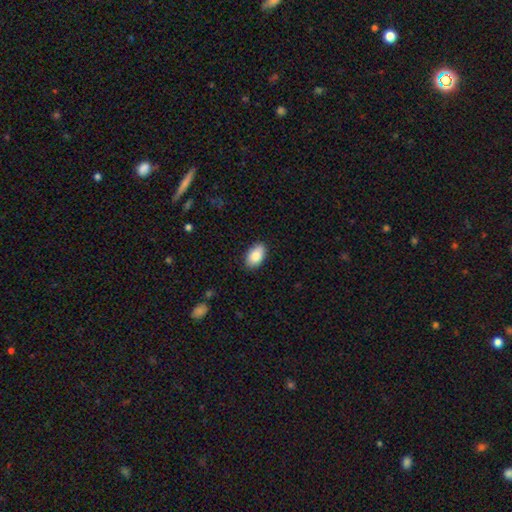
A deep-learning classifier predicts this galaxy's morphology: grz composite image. It shows a smooth galaxy with no disk features (84%) that is in between round and cigar-shaped (92%). Merging: none (86%).